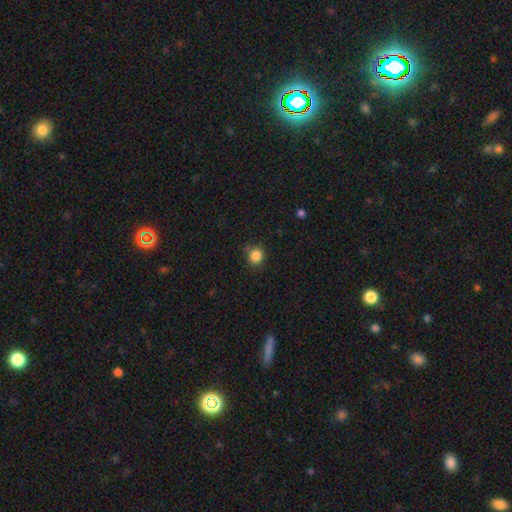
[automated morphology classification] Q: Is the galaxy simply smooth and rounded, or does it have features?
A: smooth — 85%.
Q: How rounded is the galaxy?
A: round — 83%.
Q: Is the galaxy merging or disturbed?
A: none — 80%.